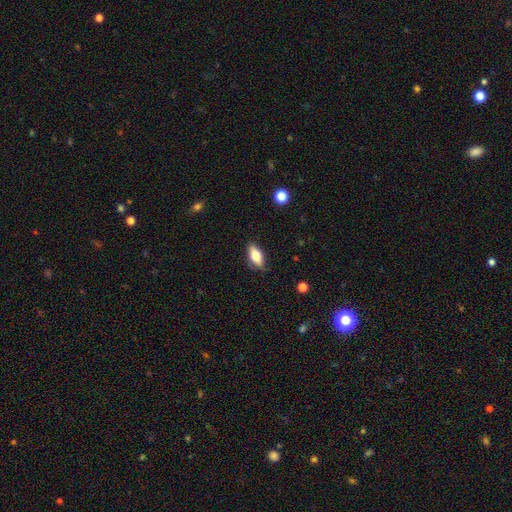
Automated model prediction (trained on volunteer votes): Morphology: type=smooth (71%); roundness=in between (82%); merging=none (82%).